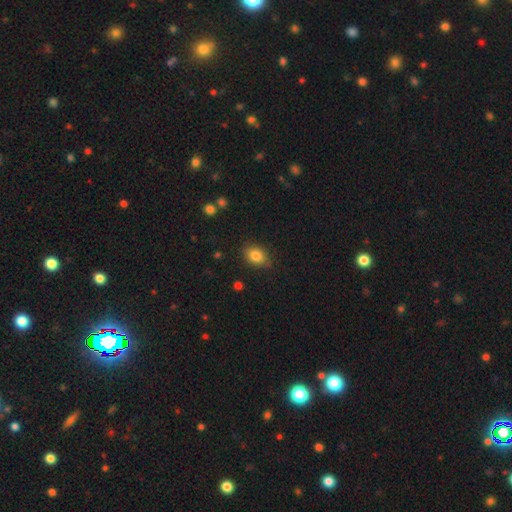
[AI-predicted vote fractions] Morphology: type=smooth (84%); roundness=in between (67%); merging=none (82%).